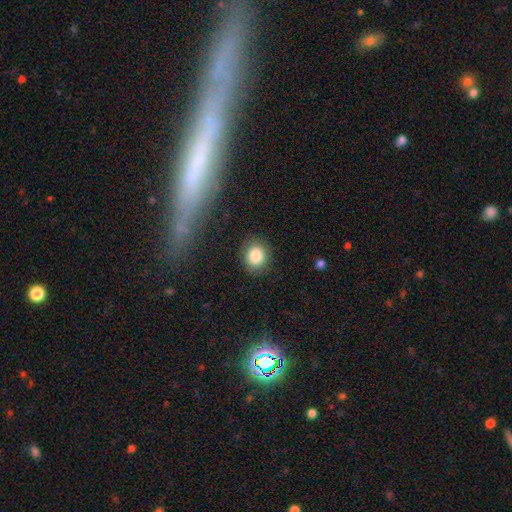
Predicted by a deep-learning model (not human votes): smooth_or_featured: smooth (p=0.85) [alt: star or artifact p=0.09]
how_rounded: round (p=0.71) [alt: in between p=0.28]
merging: none (p=0.86) [alt: minor disturbance p=0.10]